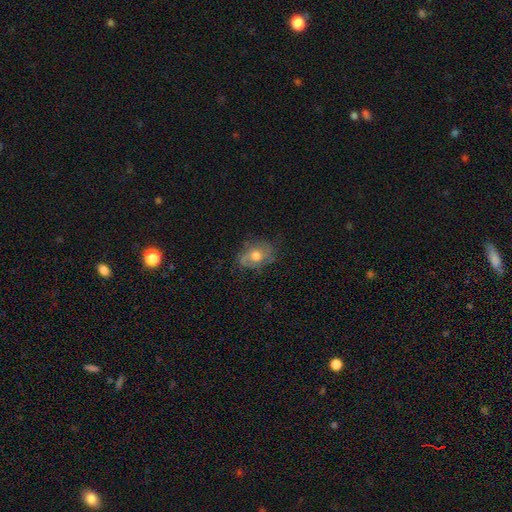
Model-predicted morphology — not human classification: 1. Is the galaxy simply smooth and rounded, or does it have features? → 49% featured or disk, 42% smooth, 9% star or artifact.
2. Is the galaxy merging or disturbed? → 63% none, 25% minor disturbance, 10% major disturbance, 1% merger.